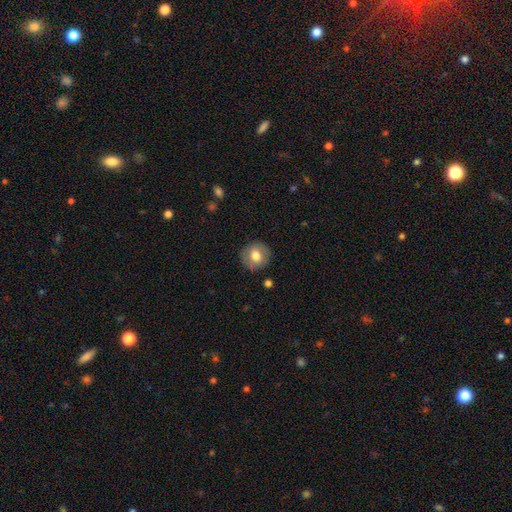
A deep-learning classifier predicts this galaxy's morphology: Smooth or featured?
  - smooth: 73% *
  - featured or disk: 18%
  - star or artifact: 8%
How rounded?
  - round: 88% *
  - in between: 11%
  - cigar-shaped: 1%
Merging?
  - none: 87% *
  - minor disturbance: 9%
  - major disturbance: 3%
  - merger: 1%